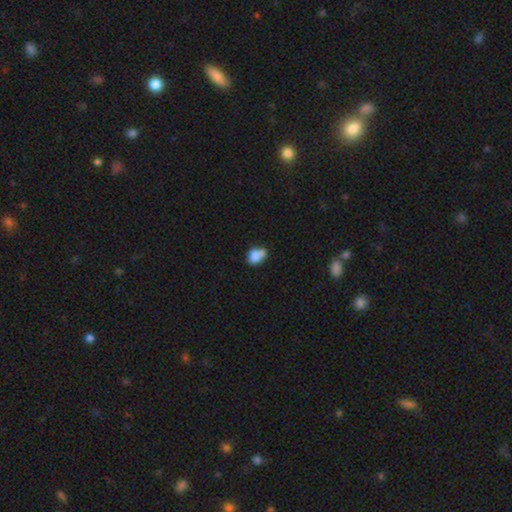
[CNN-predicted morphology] A smooth galaxy with no disk features (74%) that is in between round and cigar-shaped (59%).

Vote fractions:
- Smooth or featured? smooth: 74% / featured or disk: 16% / star or artifact: 10%
- How rounded? in between: 59% / round: 40% / cigar-shaped: 1%
- Merging? merger: 52% / none: 29% / minor disturbance: 13% / major disturbance: 6%